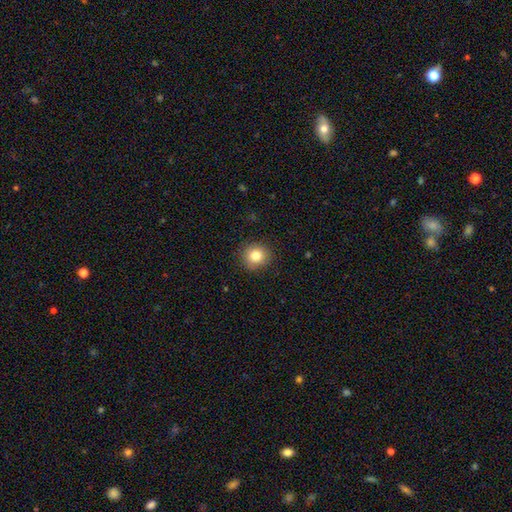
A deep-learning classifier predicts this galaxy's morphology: The model was most divided on "smooth or featured": smooth: 82%, star or artifact: 10%, featured or disk: 7%. More confident: how rounded — round (90%); merging — none (88%).